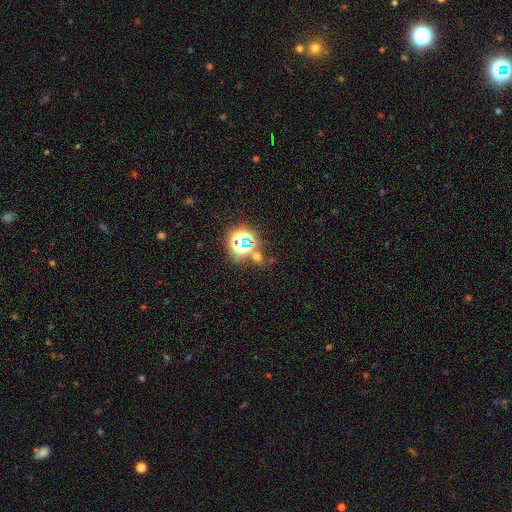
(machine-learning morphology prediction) A star or artifact, not a galaxy (67%).

Vote fractions:
- Smooth or featured? star or artifact: 67% / smooth: 23% / featured or disk: 10%